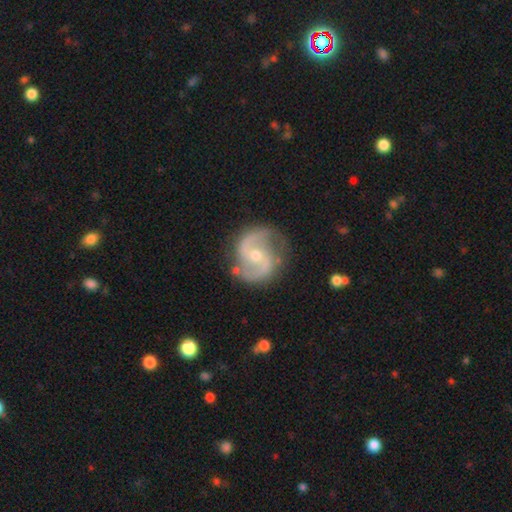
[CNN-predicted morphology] Smooth or featured? Predicted: featured or disk (p=0.90). Edge-on disk? Predicted: no (p=0.98). Bar? Predicted: no (p=0.49). Spiral arms? Predicted: yes (p=0.97). Spiral winding? Predicted: medium (p=0.59). Spiral arm count? Predicted: 2 (p=0.93). Bulge size? Predicted: small (p=0.50). Merging? Predicted: none (p=0.79).